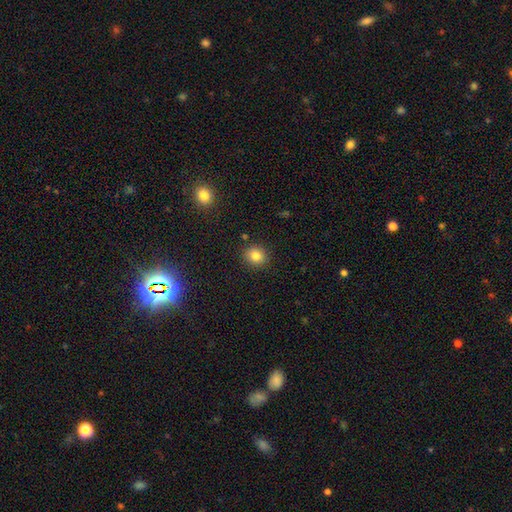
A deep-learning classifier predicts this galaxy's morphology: Q: Smooth or featured?
A: smooth (81%); runner-up: star or artifact (12%)
Q: How rounded?
A: round (81%); runner-up: in between (18%)
Q: Merging?
A: none (89%); runner-up: minor disturbance (7%)